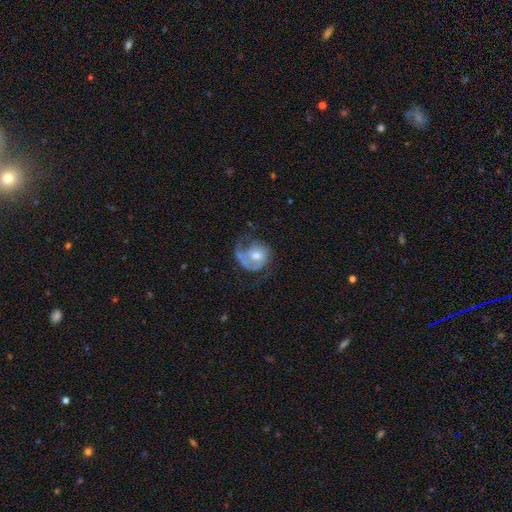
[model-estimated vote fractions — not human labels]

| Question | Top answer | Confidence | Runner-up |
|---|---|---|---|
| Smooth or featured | featured or disk | 65% | smooth (28%) |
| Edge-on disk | no | 98% | yes (2%) |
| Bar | no | 70% | weak (26%) |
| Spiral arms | yes | 80% | no (20%) |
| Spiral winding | tight | 39% | medium (34%) |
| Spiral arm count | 1 | 65% | 2 (19%) |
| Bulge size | moderate | 67% | small (20%) |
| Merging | none | 39% | major disturbance (34%) |